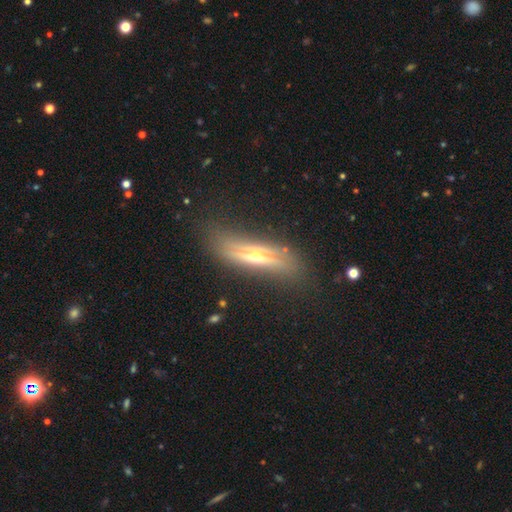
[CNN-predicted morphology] The model was most divided on "smooth or featured": featured or disk: 69%, smooth: 24%, star or artifact: 7%. More confident: edge-on bulge — rounded (88%); edge-on disk — yes (85%); merging — none (74%).